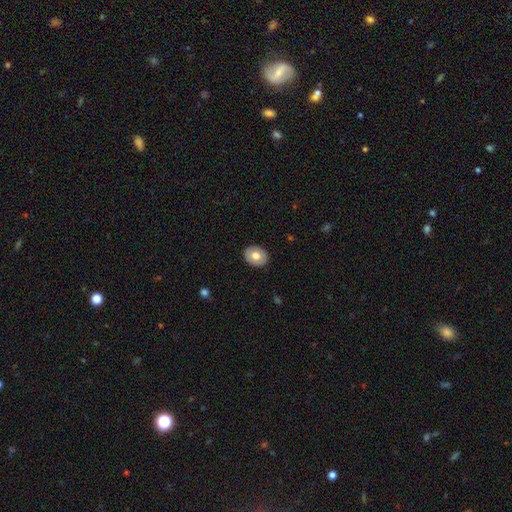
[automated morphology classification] A smooth galaxy with no disk features (66%) that is in between round and cigar-shaped (51%). Merging: none (89%).